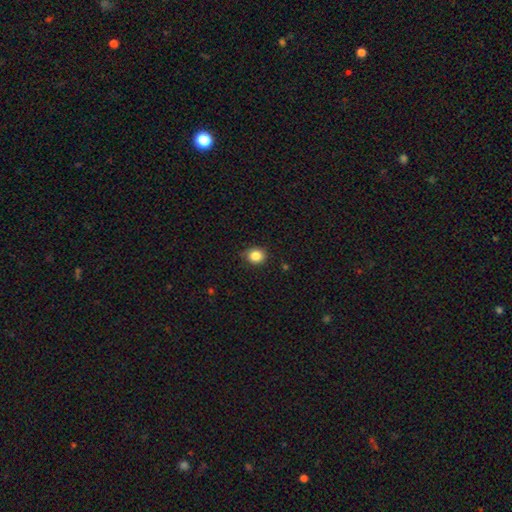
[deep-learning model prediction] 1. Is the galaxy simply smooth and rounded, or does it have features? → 85% smooth, 10% star or artifact, 5% featured or disk.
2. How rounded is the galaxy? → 75% round, 24% in between, 1% cigar-shaped.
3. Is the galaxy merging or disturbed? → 81% none, 16% minor disturbance, 3% major disturbance, 1% merger.